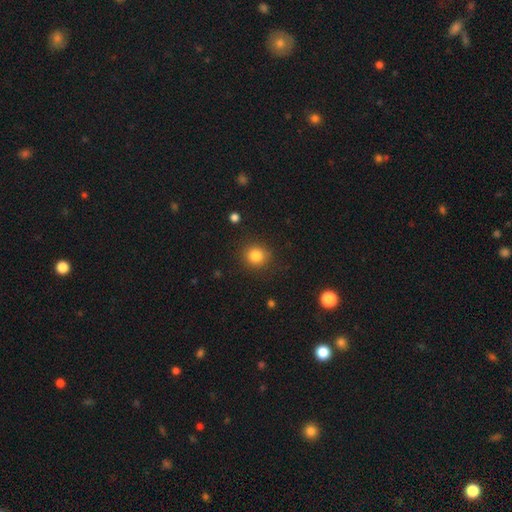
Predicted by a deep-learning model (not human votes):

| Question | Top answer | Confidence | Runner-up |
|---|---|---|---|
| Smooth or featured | smooth | 83% | star or artifact (11%) |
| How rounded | round | 88% | in between (11%) |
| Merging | none | 88% | minor disturbance (8%) |